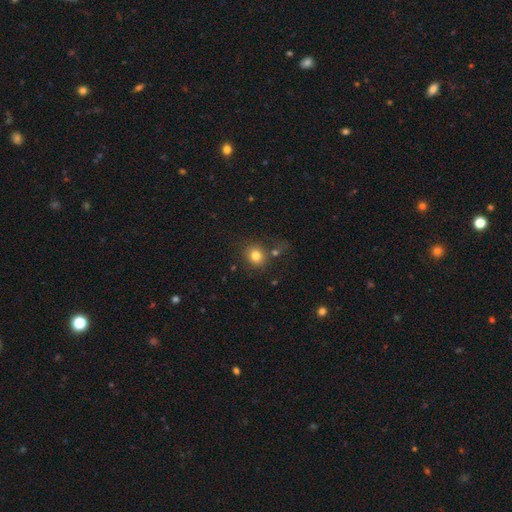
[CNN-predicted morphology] Smooth or featured: smooth — 79% (star or artifact — 13%)
How rounded: round — 77% (in between — 22%)
Merging: none — 72% (minor disturbance — 12%)